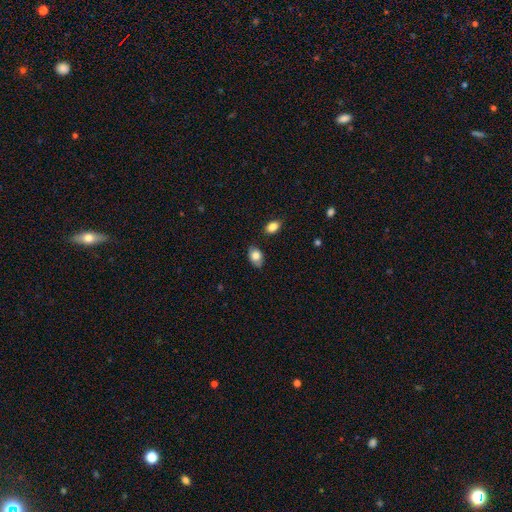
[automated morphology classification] A smooth galaxy with no disk features (80%) that is in between round and cigar-shaped (82%).

Vote fractions:
- Smooth or featured? smooth: 80% / featured or disk: 12% / star or artifact: 7%
- How rounded? in between: 82% / round: 17% / cigar-shaped: 1%
- Merging? none: 76% / minor disturbance: 17% / merger: 3% / major disturbance: 3%